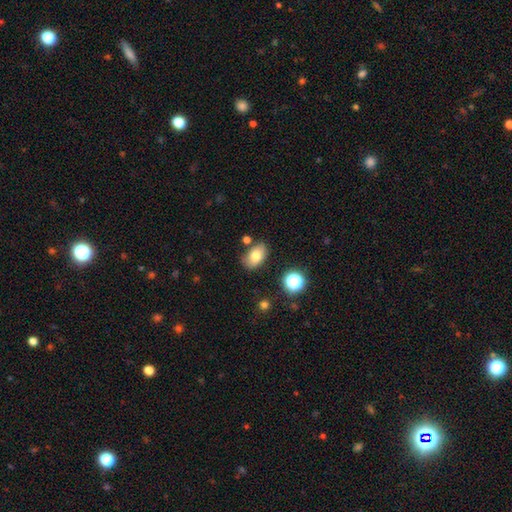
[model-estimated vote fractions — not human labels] This is likely a smooth galaxy (76%). How rounded: clearly in between (87%). Merging: likely none (76%).